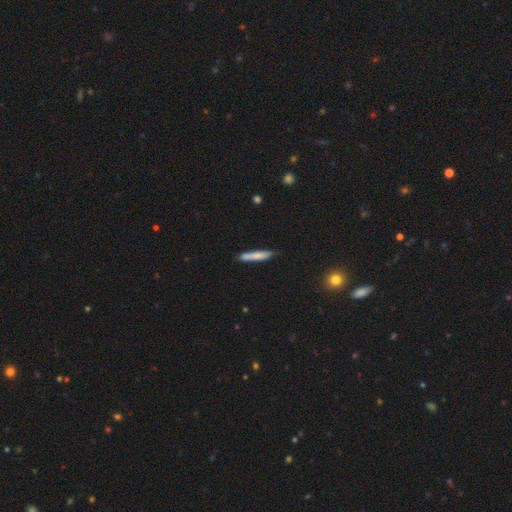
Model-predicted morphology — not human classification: Smooth or featured? smooth (73%)
How rounded? cigar-shaped (92%)
Merging? none (78%)